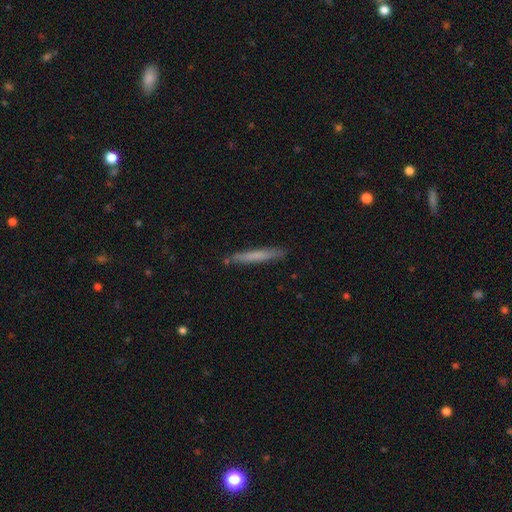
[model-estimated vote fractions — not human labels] A smooth galaxy with no disk features (68%) that is cigar-shaped (96%).

Vote fractions:
- Smooth or featured? smooth: 68% / featured or disk: 26% / star or artifact: 6%
- How rounded? cigar-shaped: 96% / in between: 3% / round: 1%
- Merging? none: 86% / minor disturbance: 10% / merger: 2% / major disturbance: 2%